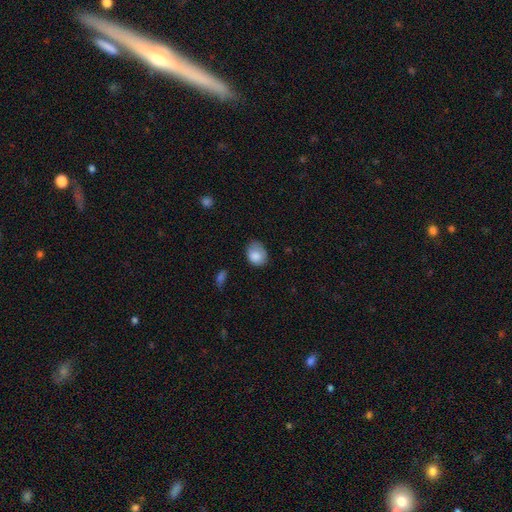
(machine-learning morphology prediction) smooth 83%, featured or disk 10%, star or artifact 8%. Down the decision tree: how rounded — in between (62%); merging — none (55%).